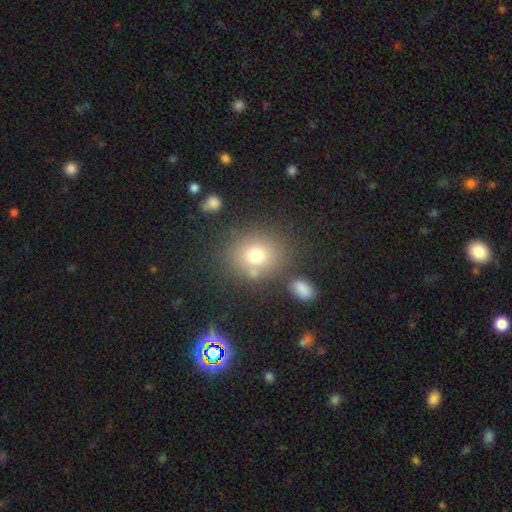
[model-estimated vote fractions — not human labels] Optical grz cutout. It shows a smooth galaxy with no disk features (72%) that is round (67%). Merging: none (72%).